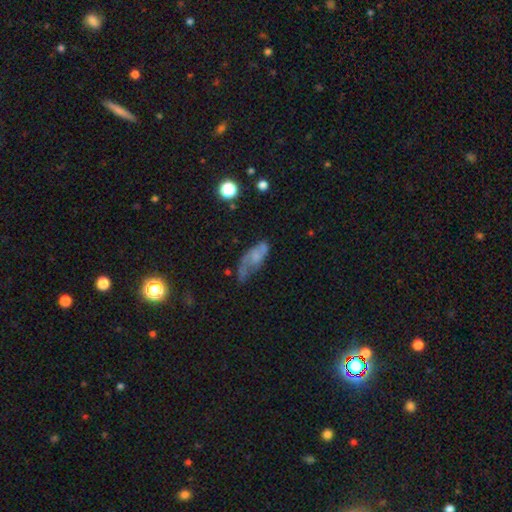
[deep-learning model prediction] Smooth or featured? Predicted: featured or disk (p=0.47). Merging? Predicted: none (p=0.36).